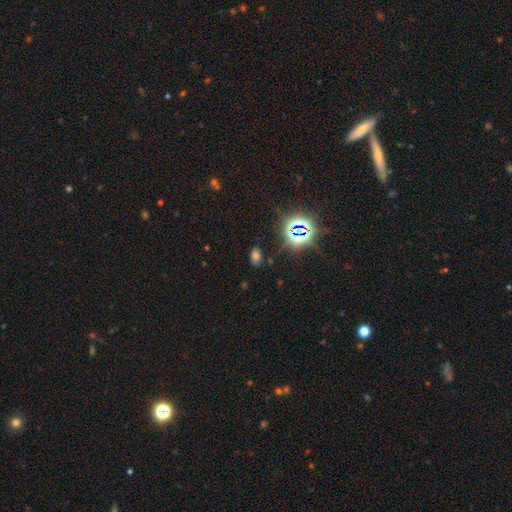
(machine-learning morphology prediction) This is possibly a smooth galaxy (58%). How rounded: clearly in between (88%). Merging: likely none (79%).